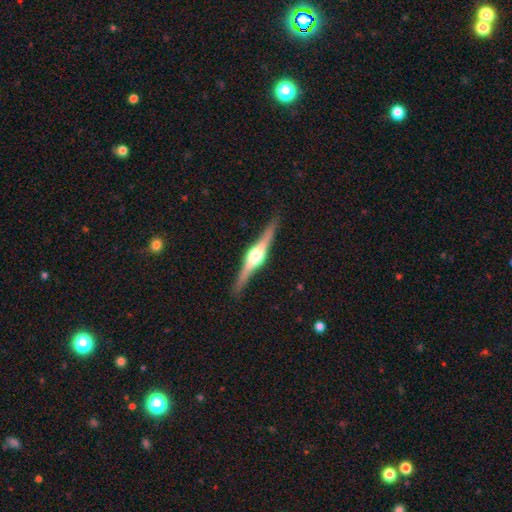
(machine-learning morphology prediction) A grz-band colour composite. It shows a featured or disk galaxy (84%) viewed edge-on (98%) with a rounded central bulge (94%). Merging: none (90%).